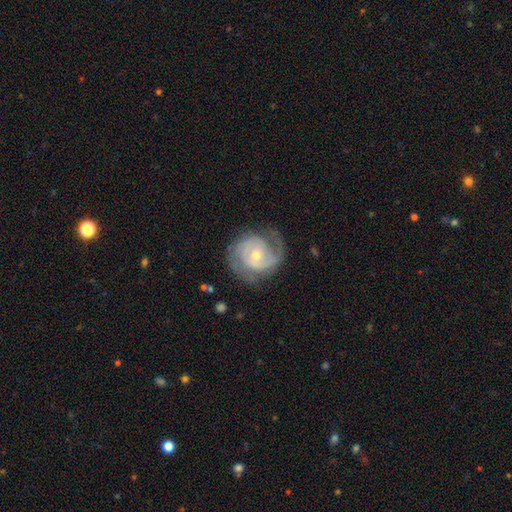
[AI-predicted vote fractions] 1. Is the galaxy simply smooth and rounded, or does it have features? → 85% featured or disk, 10% smooth, 5% star or artifact.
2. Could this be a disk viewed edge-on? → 98% no, 2% yes.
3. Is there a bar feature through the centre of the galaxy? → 65% no, 29% weak, 7% strong.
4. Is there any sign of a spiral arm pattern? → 95% yes, 5% no.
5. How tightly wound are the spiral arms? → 52% tight, 37% medium, 11% loose.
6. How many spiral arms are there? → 63% 2, 13% can't tell, 10% 3, 8% 1, 3% 4, 3% more than 4.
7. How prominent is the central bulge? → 55% small, 41% moderate, 2% large, 1% none, 1% dominant.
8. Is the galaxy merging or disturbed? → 72% none, 18% minor disturbance, 10% major disturbance, 1% merger.